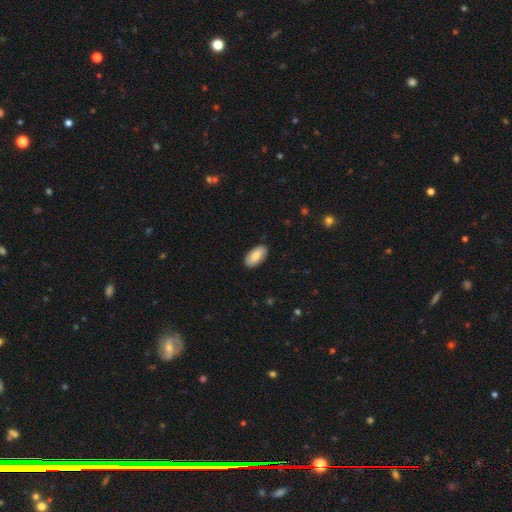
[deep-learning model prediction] A smooth galaxy with no disk features (83%) that is in between round and cigar-shaped (94%).

Vote fractions:
- Smooth or featured? smooth: 83% / featured or disk: 11% / star or artifact: 6%
- How rounded? in between: 94% / cigar-shaped: 4% / round: 2%
- Merging? none: 88% / minor disturbance: 9% / major disturbance: 2% / merger: 1%